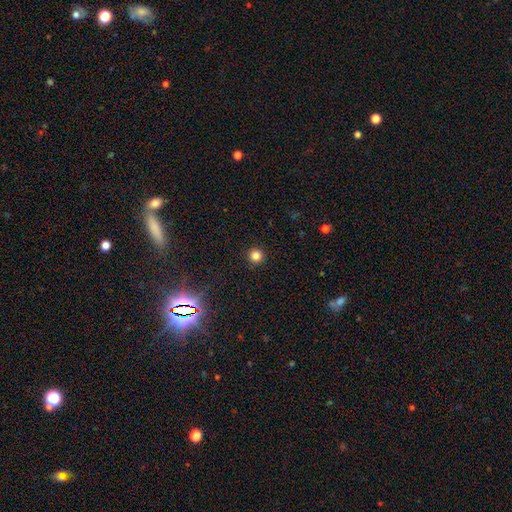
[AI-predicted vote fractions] smooth_or_featured: smooth (p=0.81) [alt: star or artifact p=0.14]
how_rounded: round (p=0.96) [alt: in between p=0.03]
merging: none (p=0.93) [alt: minor disturbance p=0.04]